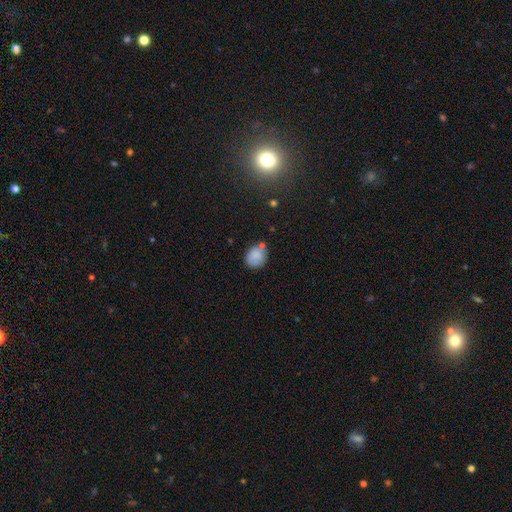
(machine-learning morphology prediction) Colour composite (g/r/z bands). It shows a smooth galaxy with no disk features (83%) that is round (61%). Merging: none (64%).